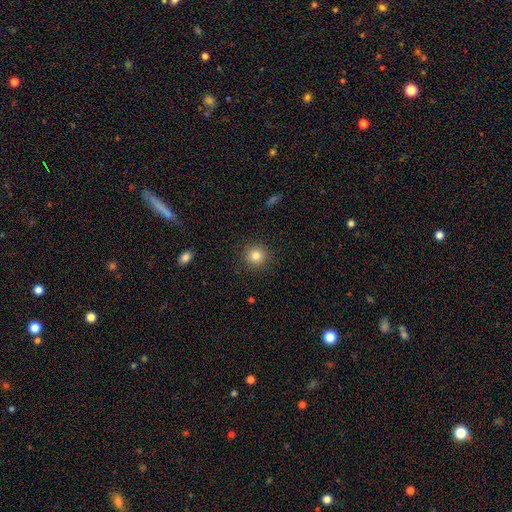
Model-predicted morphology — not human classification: Smooth or featured? smooth (82%)
How rounded? round (94%)
Merging? none (91%)